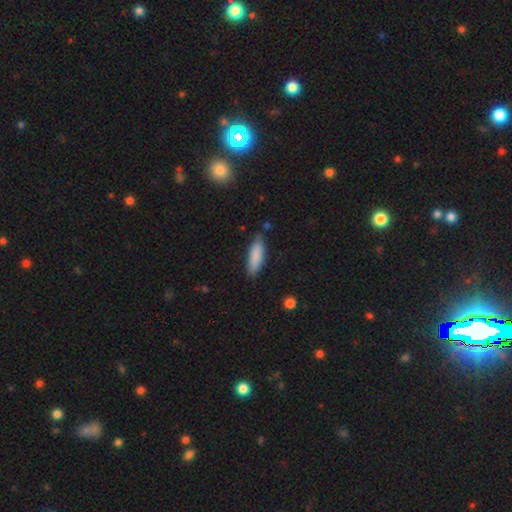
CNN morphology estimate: This appears to be a smooth galaxy with no disk features (86%) that is cigar-shaped (51%). Merging: none (79%).